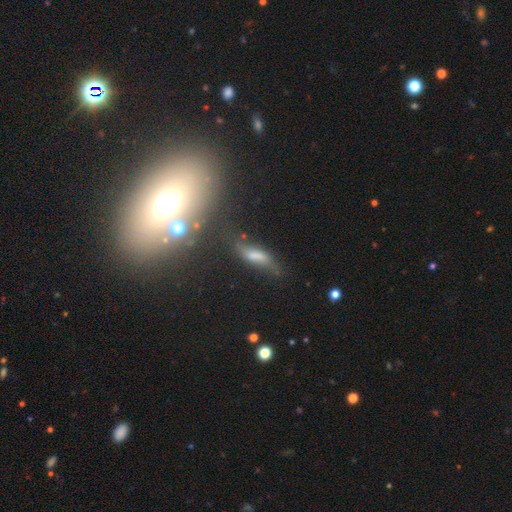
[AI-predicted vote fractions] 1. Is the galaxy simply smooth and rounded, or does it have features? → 56% smooth, 30% featured or disk, 14% star or artifact.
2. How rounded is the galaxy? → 49% in between, 48% cigar-shaped, 4% round.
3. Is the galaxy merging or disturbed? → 48% none, 29% minor disturbance, 15% major disturbance, 8% merger.